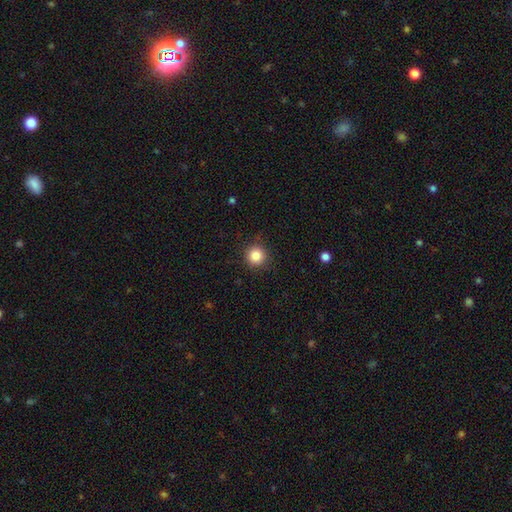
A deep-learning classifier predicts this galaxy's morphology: Overall: smooth (85%). How rounded: round (94%). Merging: none (90%).